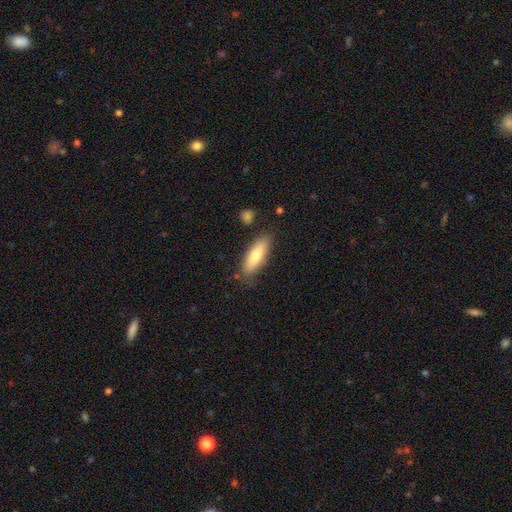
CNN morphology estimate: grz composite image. It shows a smooth galaxy with no disk features (75%) that is in between round and cigar-shaped (53%). Merging: none (80%).